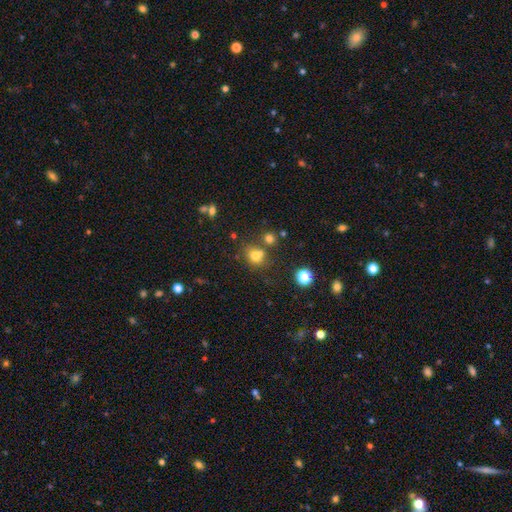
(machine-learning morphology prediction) Smooth or featured? Predicted: smooth (p=0.73). How rounded? Predicted: round (p=0.67). Merging? Predicted: none (p=0.54).